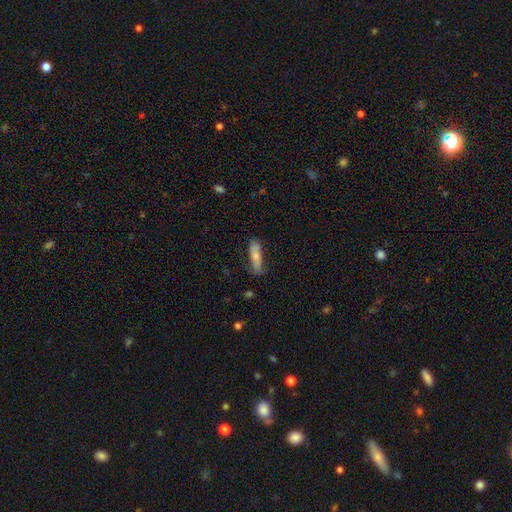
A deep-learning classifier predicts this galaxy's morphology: Smooth or featured? smooth (67%)
How rounded? in between (49%)
Merging? none (69%)